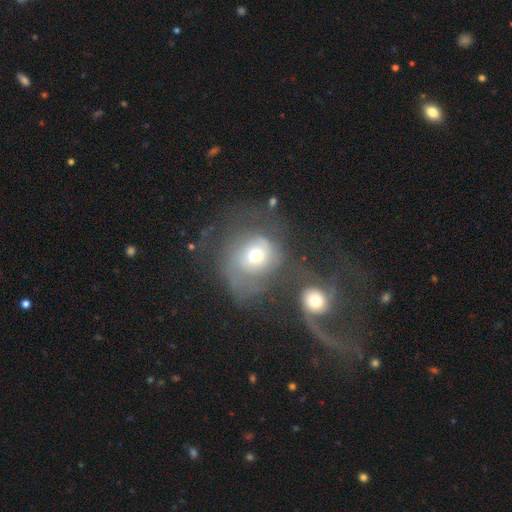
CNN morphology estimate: Smooth or featured?
  - featured or disk: 51% *
  - smooth: 40%
  - star or artifact: 9%
Edge-on disk?
  - no: 97% *
  - yes: 3%
Merging?
  - merger: 50% *
  - major disturbance: 20%
  - none: 20%
  - minor disturbance: 10%